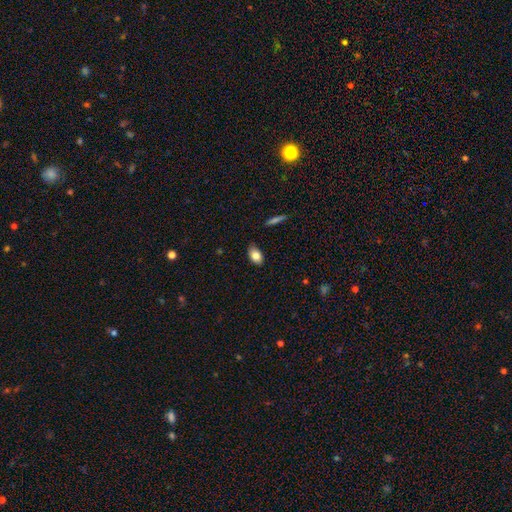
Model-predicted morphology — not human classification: The model was most divided on "merging": none: 81%, minor disturbance: 16%, major disturbance: 2%, merger: 1%. More confident: how rounded — in between (89%); smooth or featured — smooth (81%).